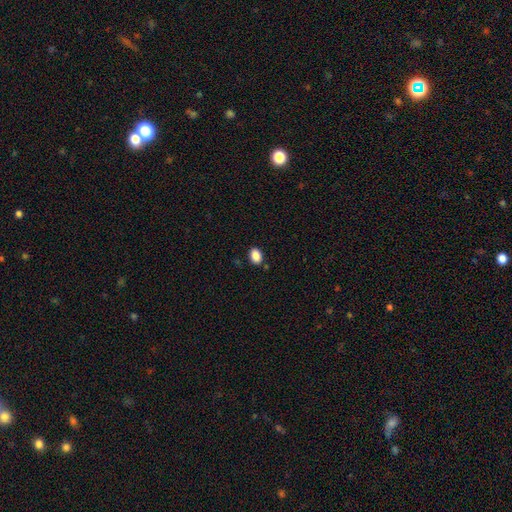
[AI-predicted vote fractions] smooth 88%, star or artifact 8%, featured or disk 3%. Down the decision tree: how rounded — in between (79%); merging — none (86%).